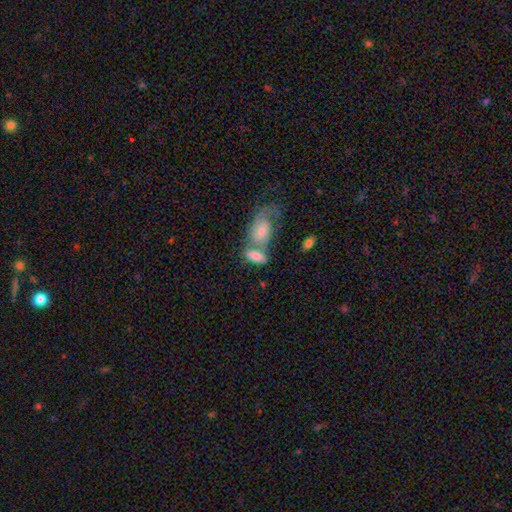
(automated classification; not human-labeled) Smooth or featured?
  - smooth: 67% *
  - featured or disk: 26%
  - star or artifact: 7%
How rounded?
  - in between: 85% *
  - cigar-shaped: 10%
  - round: 4%
Merging?
  - merger: 52% *
  - none: 28%
  - minor disturbance: 12%
  - major disturbance: 8%